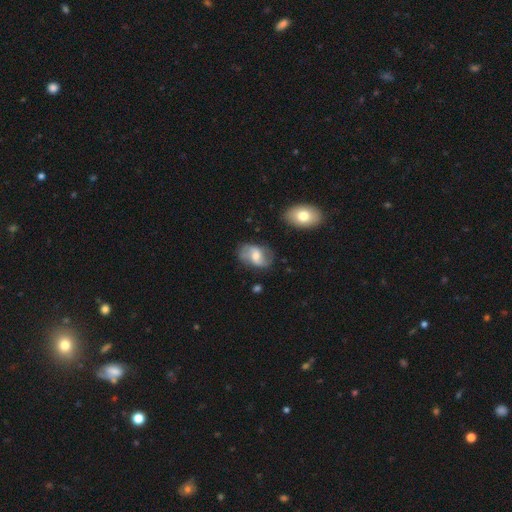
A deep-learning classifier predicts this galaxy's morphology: A featured or disk galaxy (61%) with a weak bar (48%), spiral arms (86%) and a moderate central bulge (56%).

Vote fractions:
- Smooth or featured? featured or disk: 61% / smooth: 32% / star or artifact: 7%
- Edge-on disk? no: 96% / yes: 4%
- Bar? weak: 48% / no: 37% / strong: 15%
- Spiral arms? yes: 86% / no: 14%
- Bulge size? moderate: 56% / small: 32% / large: 6% / none: 4% / dominant: 1%
- Merging? none: 70% / minor disturbance: 20% / major disturbance: 7% / merger: 3%